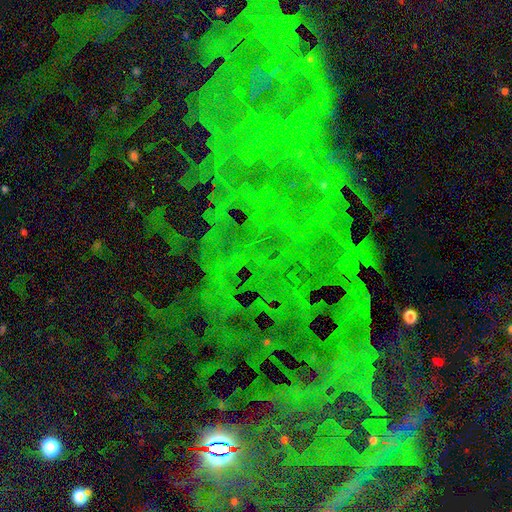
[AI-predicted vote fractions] smooth_or_featured: star or artifact (p=0.82) [alt: featured or disk p=0.10]